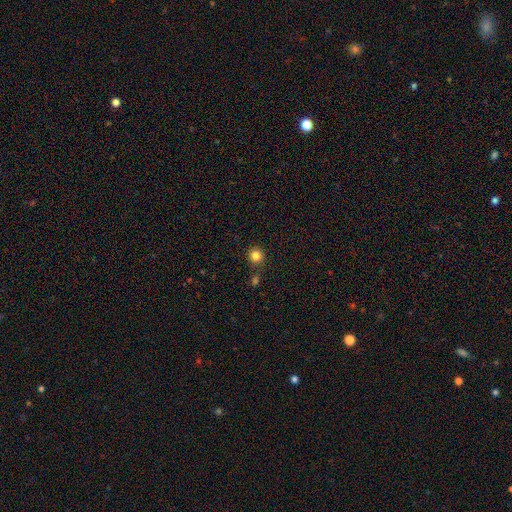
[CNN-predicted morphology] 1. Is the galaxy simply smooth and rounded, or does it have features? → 83% smooth, 12% star or artifact, 5% featured or disk.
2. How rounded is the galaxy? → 94% round, 5% in between, 1% cigar-shaped.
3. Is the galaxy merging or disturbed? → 84% none, 7% minor disturbance, 6% merger, 2% major disturbance.